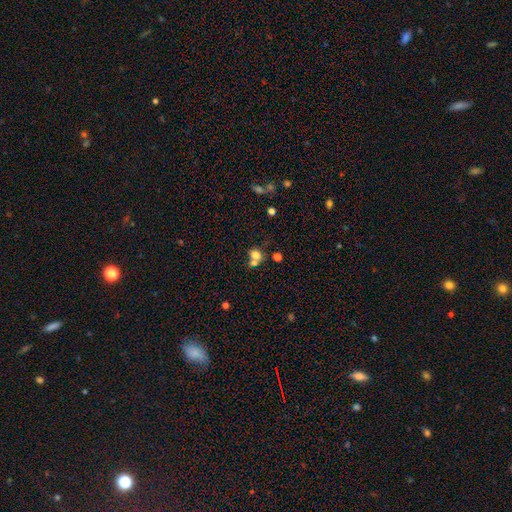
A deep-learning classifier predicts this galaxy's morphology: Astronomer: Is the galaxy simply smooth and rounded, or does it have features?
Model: smooth — 73%.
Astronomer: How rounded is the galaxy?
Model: round — 58% (runner-up: in between, 40%).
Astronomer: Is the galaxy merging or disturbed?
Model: merger — 47% (runner-up: none, 38%).